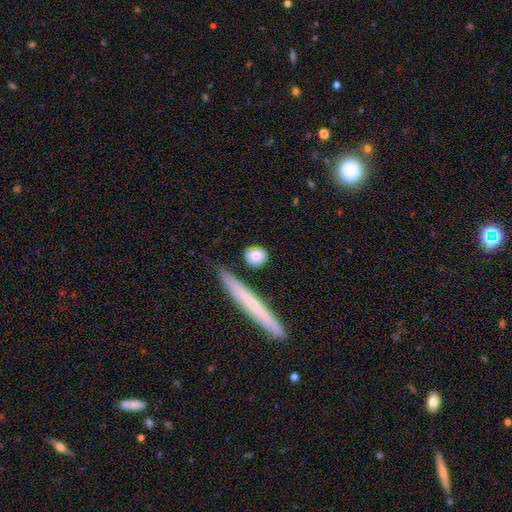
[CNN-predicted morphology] type=smooth (81%); roundness=round (64%); merging=none (78%).